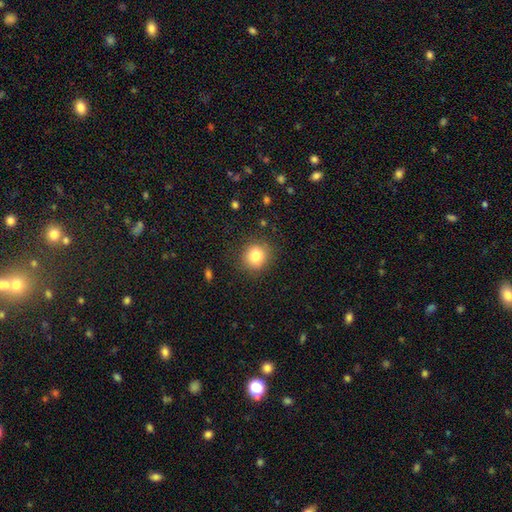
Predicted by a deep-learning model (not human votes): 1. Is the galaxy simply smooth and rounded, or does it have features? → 83% smooth, 10% star or artifact, 7% featured or disk.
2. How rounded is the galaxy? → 86% round, 13% in between, 1% cigar-shaped.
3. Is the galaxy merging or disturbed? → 86% none, 9% minor disturbance, 3% major disturbance, 1% merger.